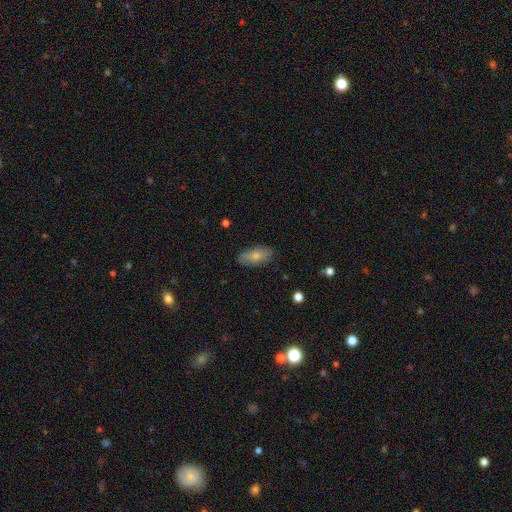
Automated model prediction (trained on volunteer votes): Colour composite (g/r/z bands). It shows a smooth galaxy with no disk features (74%) that is in between round and cigar-shaped (89%). Merging: none (83%).